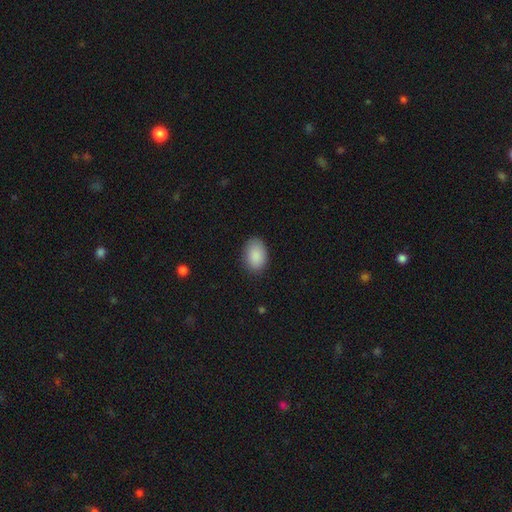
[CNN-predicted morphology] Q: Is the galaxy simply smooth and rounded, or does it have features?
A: smooth — 90%.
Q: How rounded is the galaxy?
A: in between — 86%.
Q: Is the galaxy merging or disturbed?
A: none — 85%.